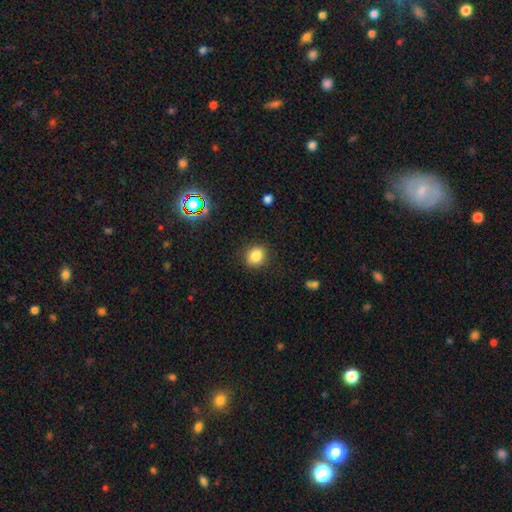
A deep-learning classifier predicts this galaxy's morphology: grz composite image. It shows a smooth galaxy with no disk features (84%) that is round (80%). Merging: none (88%).